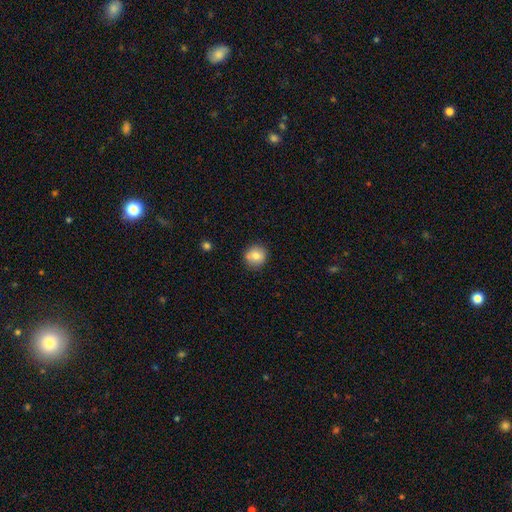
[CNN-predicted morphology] Smooth or featured? smooth (80%)
How rounded? round (91%)
Merging? none (84%)